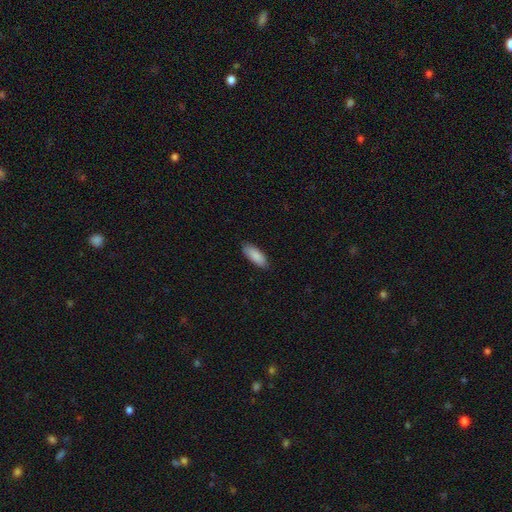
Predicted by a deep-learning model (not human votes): Smooth or featured: smooth — 89% (star or artifact — 6%)
How rounded: in between — 76% (cigar-shaped — 22%)
Merging: none — 85% (minor disturbance — 12%)